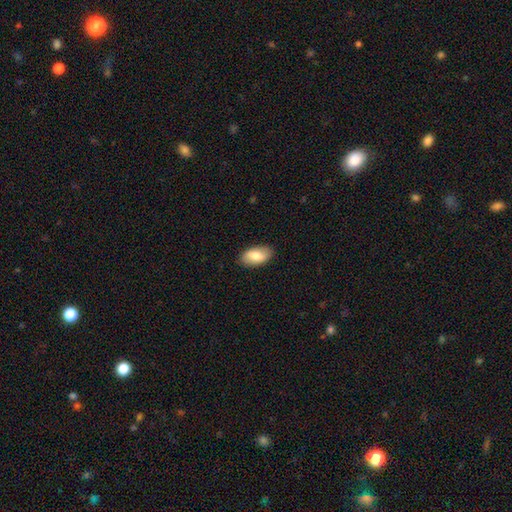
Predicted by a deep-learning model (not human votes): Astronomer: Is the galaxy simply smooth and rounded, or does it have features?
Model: smooth — 74%.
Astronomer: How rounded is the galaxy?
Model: in between — 94%.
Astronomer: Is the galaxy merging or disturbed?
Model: none — 87%.